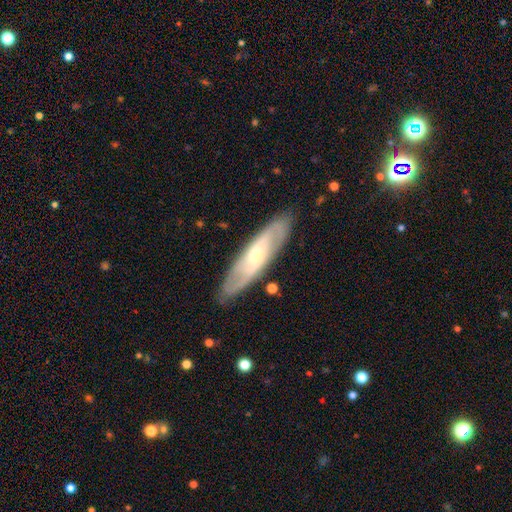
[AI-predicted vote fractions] Smooth or featured?
  - featured or disk: 70% *
  - smooth: 25%
  - star or artifact: 6%
Edge-on disk?
  - no: 74% *
  - yes: 26%
Bar?
  - weak: 43% *
  - no: 41%
  - strong: 16%
Spiral arms?
  - yes: 85% *
  - no: 15%
Bulge size?
  - small: 51% *
  - moderate: 42%
  - large: 4%
  - none: 2%
  - dominant: 1%
Merging?
  - none: 86% *
  - minor disturbance: 10%
  - major disturbance: 2%
  - merger: 1%